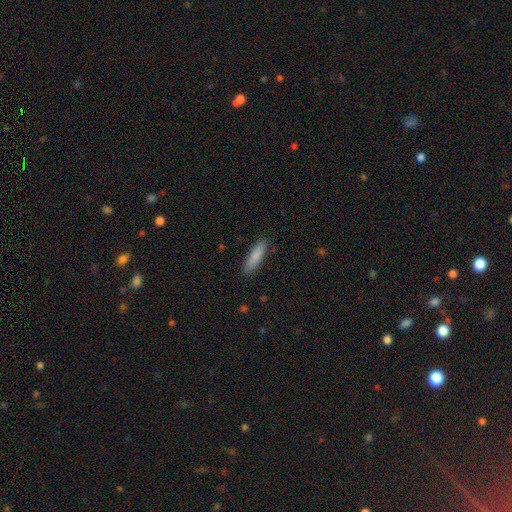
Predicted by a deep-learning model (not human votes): smooth 86%, featured or disk 8%, star or artifact 6%. Down the decision tree: how rounded — cigar-shaped (69%); merging — none (86%).